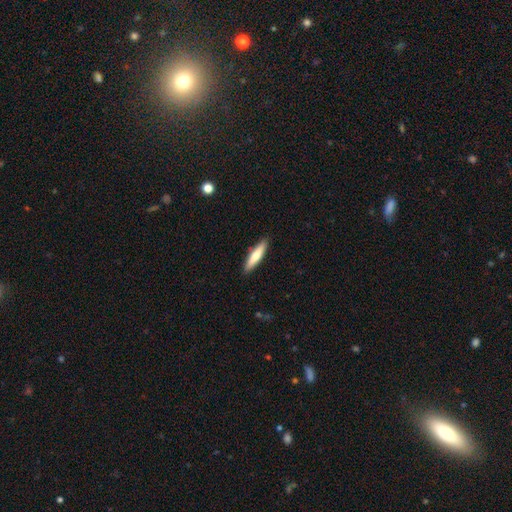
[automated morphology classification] A smooth galaxy with no disk features (70%) that is cigar-shaped (81%).

Vote fractions:
- Smooth or featured? smooth: 70% / featured or disk: 25% / star or artifact: 5%
- How rounded? cigar-shaped: 81% / in between: 18% / round: 1%
- Merging? none: 90% / minor disturbance: 7% / major disturbance: 1% / merger: 1%